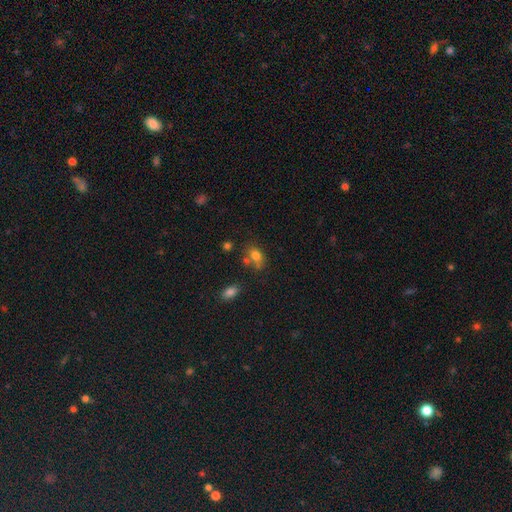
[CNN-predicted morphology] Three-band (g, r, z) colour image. It shows a smooth galaxy with no disk features (77%) that is in between round and cigar-shaped (75%). Merging: none (51%).